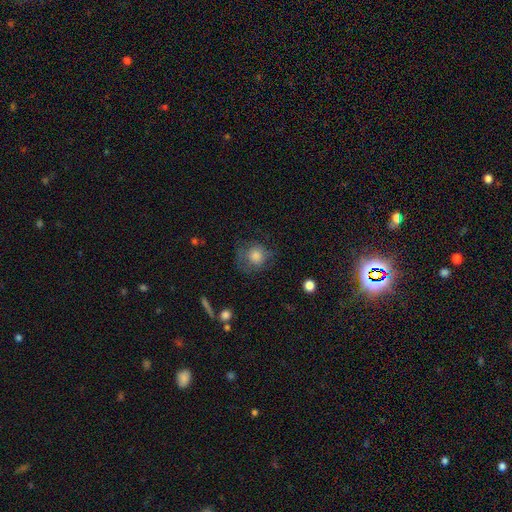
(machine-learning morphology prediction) Smooth or featured? Predicted: smooth (p=0.66). How rounded? Predicted: round (p=0.85). Merging? Predicted: none (p=0.59).